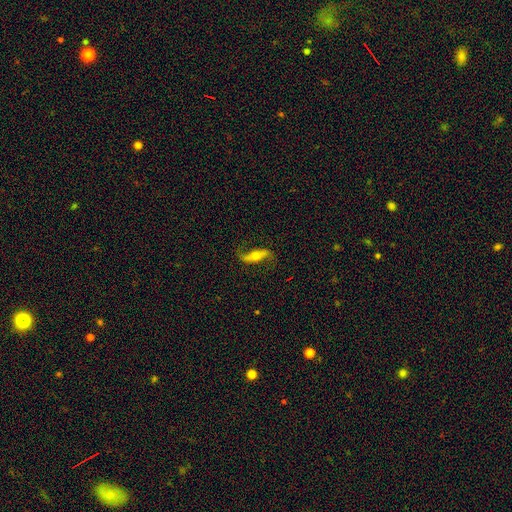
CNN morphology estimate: Overall: featured or disk (76%). Edge-on disk: no (81%). Bar: strong (40%; no 33%). Spiral arms: yes (92%). Spiral arm count: 2 (92%). Spiral winding: loose (83%). Bulge size: moderate (53%; small 31%). Merging: none (78%).